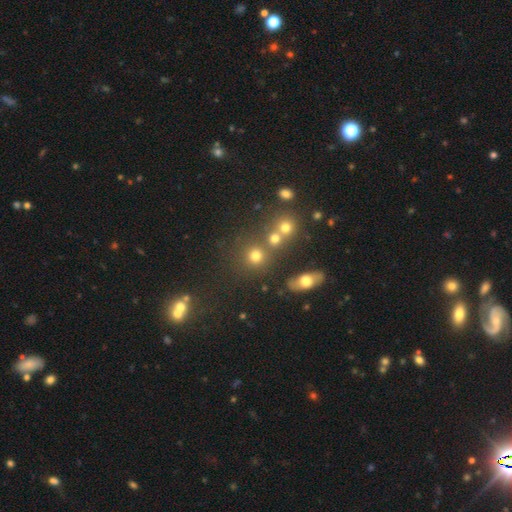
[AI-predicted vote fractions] A smooth galaxy with no disk features (75%) that is round (86%). Merging: none (69%).